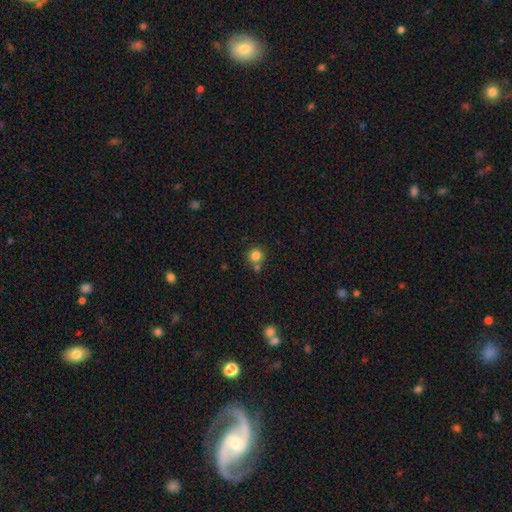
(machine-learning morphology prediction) Overall: smooth (82%). How rounded: round (90%). Merging: none (66%).